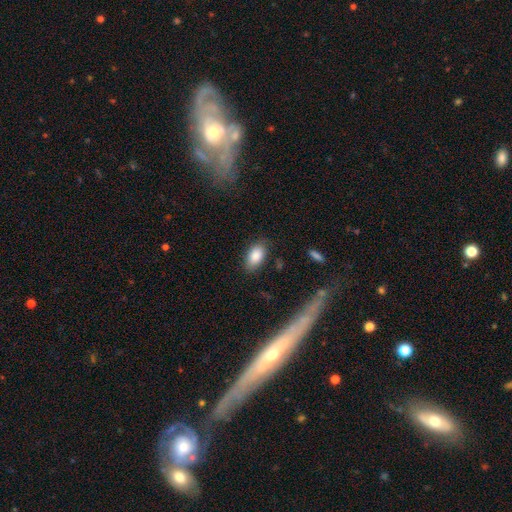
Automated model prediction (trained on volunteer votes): A smooth galaxy with no disk features (86%) that is in between round and cigar-shaped (92%).

Vote fractions:
- Smooth or featured? smooth: 86% / star or artifact: 7% / featured or disk: 7%
- How rounded? in between: 92% / round: 5% / cigar-shaped: 2%
- Merging? none: 80% / minor disturbance: 15% / major disturbance: 3% / merger: 2%